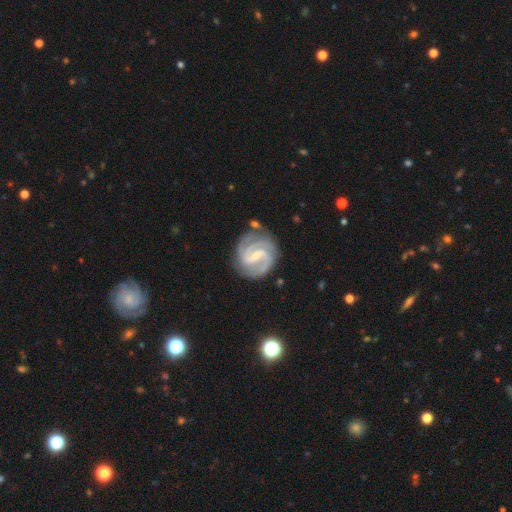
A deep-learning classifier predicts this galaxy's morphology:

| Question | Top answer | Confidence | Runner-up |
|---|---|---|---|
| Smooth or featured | featured or disk | 91% | smooth (5%) |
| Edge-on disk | no | 98% | yes (2%) |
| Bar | weak | 51% | strong (35%) |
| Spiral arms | yes | 98% | no (2%) |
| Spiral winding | medium | 46% | tight (44%) |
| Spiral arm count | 2 | 48% | 3 (29%) |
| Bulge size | small | 66% | moderate (20%) |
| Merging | none | 74% | minor disturbance (16%) |